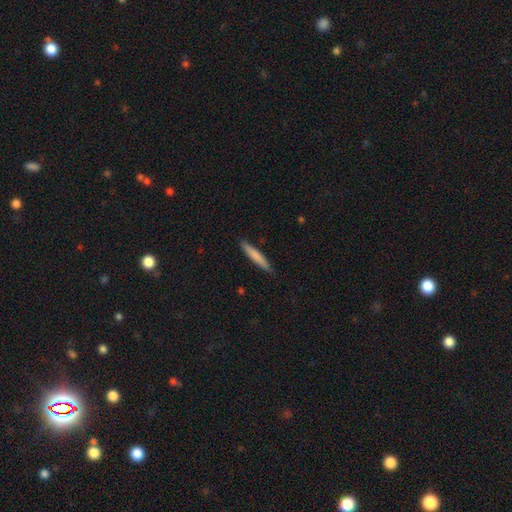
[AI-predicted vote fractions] smooth_or_featured: smooth (p=0.76) [alt: featured or disk p=0.19]
how_rounded: cigar-shaped (p=0.93) [alt: in between p=0.06]
merging: none (p=0.88) [alt: minor disturbance p=0.09]